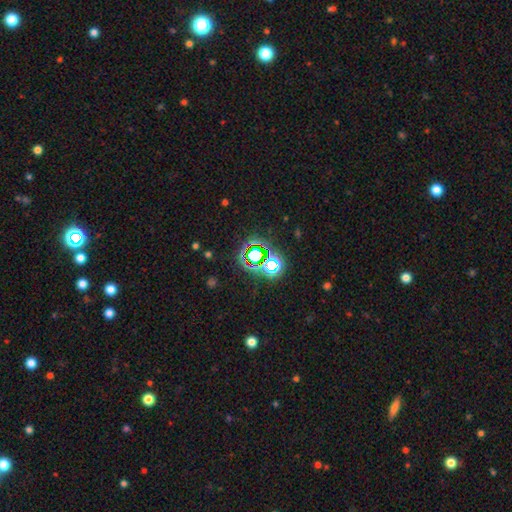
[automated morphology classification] Smooth or featured?
  - star or artifact: 72% *
  - smooth: 18%
  - featured or disk: 10%